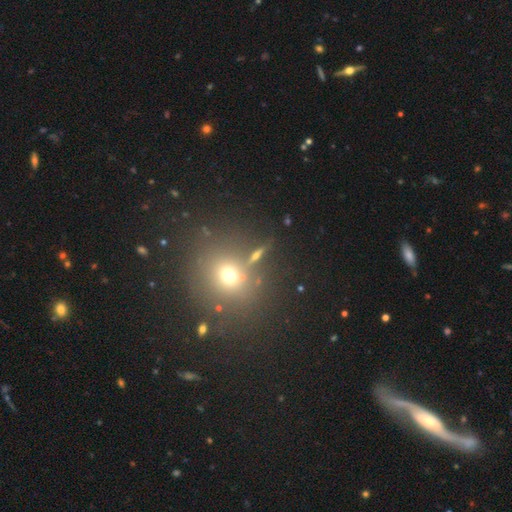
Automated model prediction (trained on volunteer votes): Q: Smooth or featured?
A: smooth (49%); runner-up: star or artifact (31%)
Q: Merging?
A: none (77%); runner-up: minor disturbance (9%)